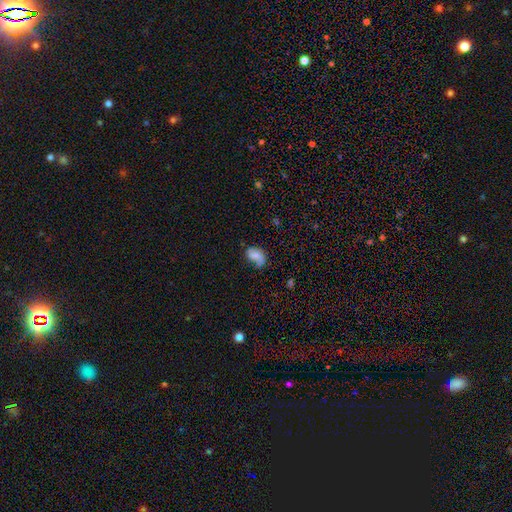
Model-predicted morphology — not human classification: smooth_or_featured: smooth (p=0.58) [alt: featured or disk p=0.32]
how_rounded: in between (p=0.83) [alt: round p=0.16]
merging: none (p=0.47) [alt: minor disturbance p=0.32]